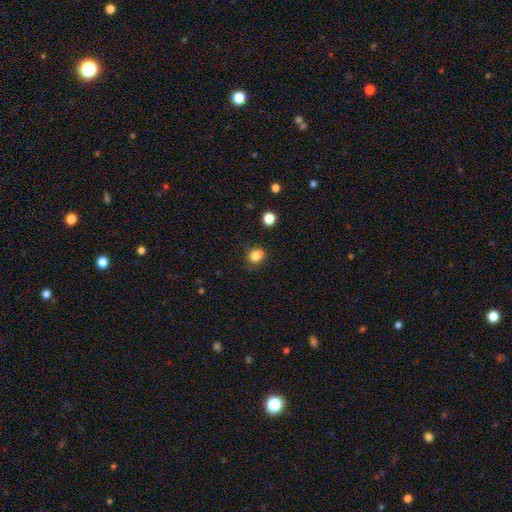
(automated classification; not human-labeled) A smooth galaxy with no disk features (81%) that is round (57%). Merging: none (60%).